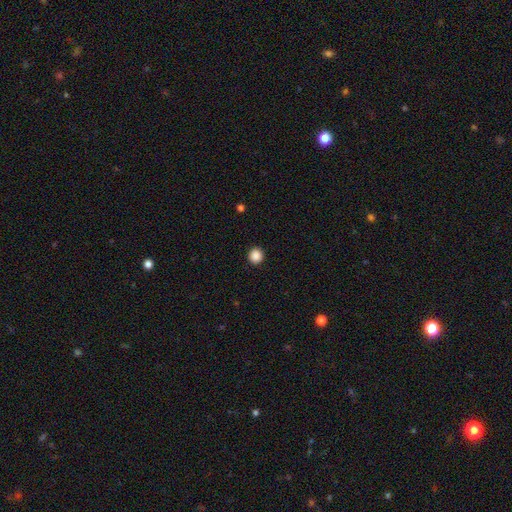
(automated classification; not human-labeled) Morphology: type=smooth (88%); roundness=round (94%); merging=none (93%).